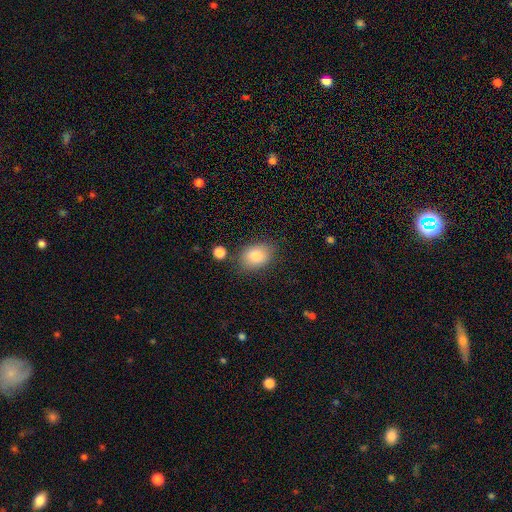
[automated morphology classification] Overall: smooth (83%). How rounded: in between (73%). Merging: none (79%).